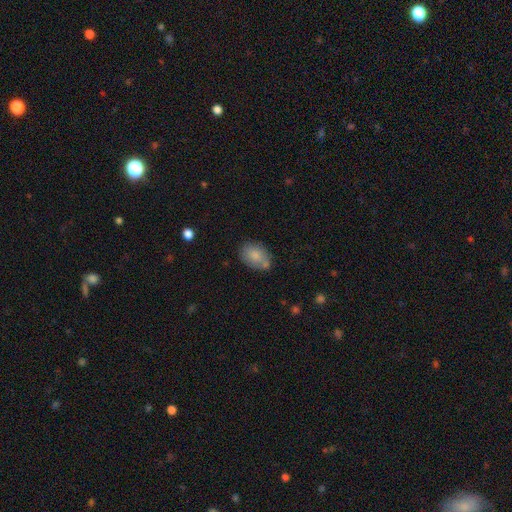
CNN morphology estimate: Smooth or featured: smooth — 81% (featured or disk — 11%)
How rounded: in between — 79% (round — 20%)
Merging: none — 64% (minor disturbance — 20%)